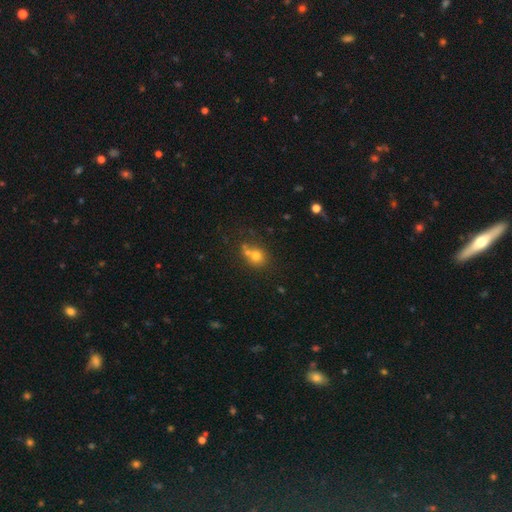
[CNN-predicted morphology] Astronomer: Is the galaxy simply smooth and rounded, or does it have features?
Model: smooth — 72%.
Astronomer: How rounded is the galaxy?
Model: round — 78%.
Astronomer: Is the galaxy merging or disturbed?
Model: none — 49% (runner-up: merger, 34%).